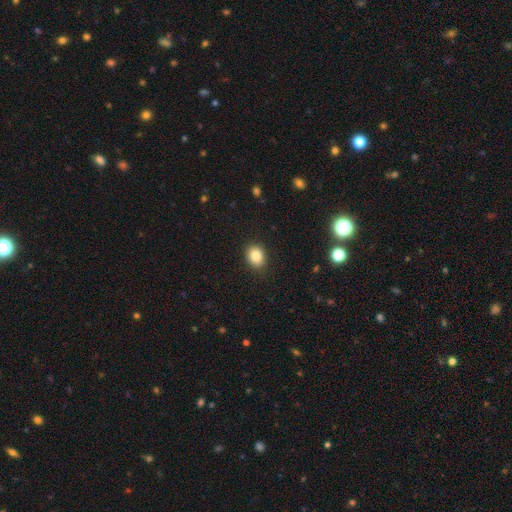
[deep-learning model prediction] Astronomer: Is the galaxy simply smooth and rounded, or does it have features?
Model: smooth — 85%.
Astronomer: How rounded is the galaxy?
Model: in between — 52% (runner-up: round, 47%).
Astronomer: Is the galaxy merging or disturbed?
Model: none — 89%.